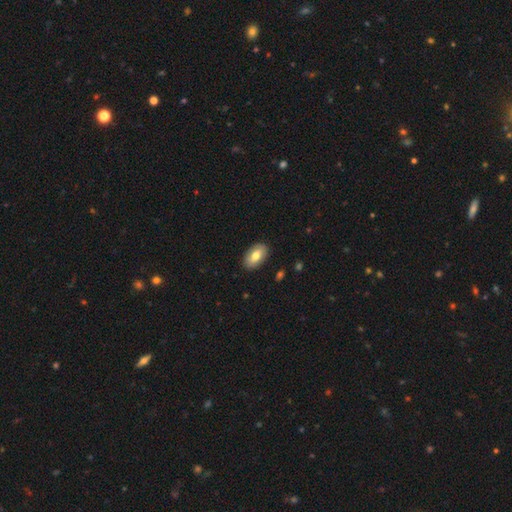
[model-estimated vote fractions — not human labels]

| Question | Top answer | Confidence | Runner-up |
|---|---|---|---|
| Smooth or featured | smooth | 75% | featured or disk (18%) |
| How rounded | in between | 93% | round (5%) |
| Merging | none | 88% | minor disturbance (9%) |